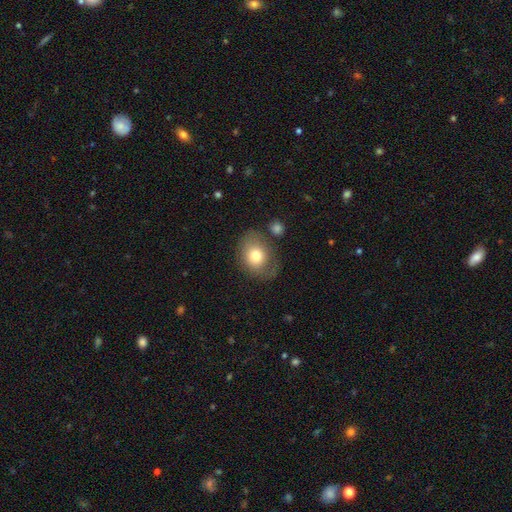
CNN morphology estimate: Q: Smooth or featured?
A: smooth (73%); runner-up: featured or disk (18%)
Q: How rounded?
A: in between (59%); runner-up: round (40%)
Q: Merging?
A: none (59%); runner-up: minor disturbance (23%)